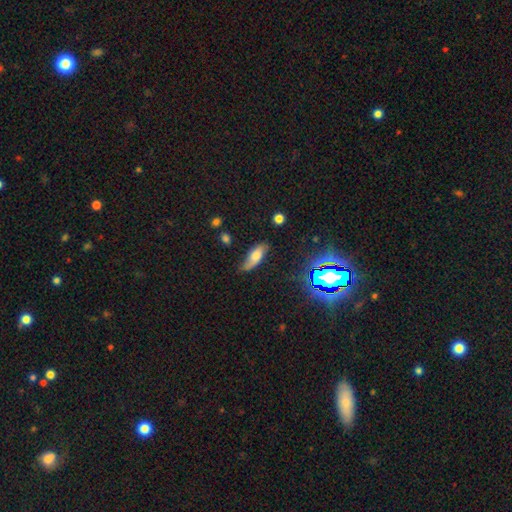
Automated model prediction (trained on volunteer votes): Smooth or featured?
  - smooth: 56% *
  - featured or disk: 32%
  - star or artifact: 12%
How rounded?
  - in between: 69% *
  - cigar-shaped: 28%
  - round: 3%
Merging?
  - none: 62% *
  - minor disturbance: 28%
  - major disturbance: 7%
  - merger: 2%